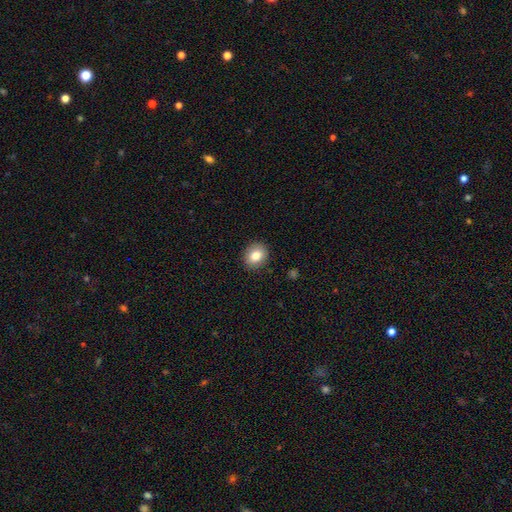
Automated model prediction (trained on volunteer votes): This is clearly a smooth galaxy (82%). How rounded: likely round (62%). Merging: clearly none (90%).